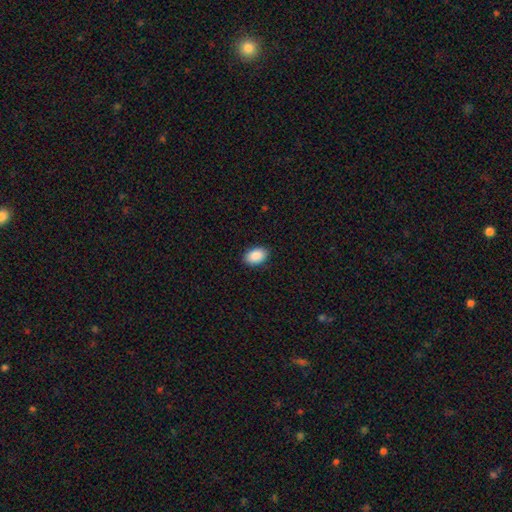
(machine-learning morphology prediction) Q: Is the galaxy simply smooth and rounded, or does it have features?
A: smooth — 89%.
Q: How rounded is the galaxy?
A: in between — 88%.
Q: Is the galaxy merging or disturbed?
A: none — 89%.